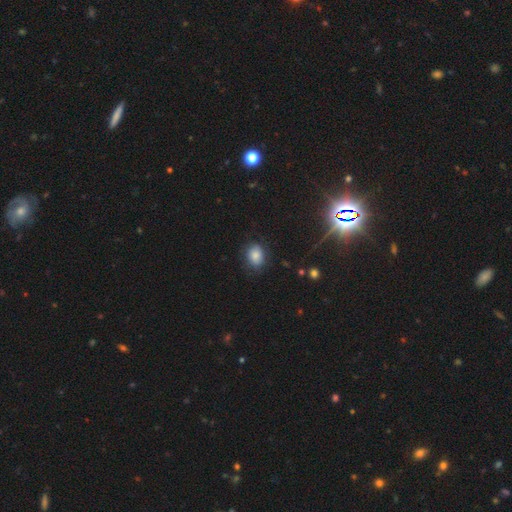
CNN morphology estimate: smooth_or_featured: smooth (p=0.80) [alt: star or artifact p=0.11]
how_rounded: in between (p=0.56) [alt: round p=0.43]
merging: none (p=0.76) [alt: minor disturbance p=0.17]